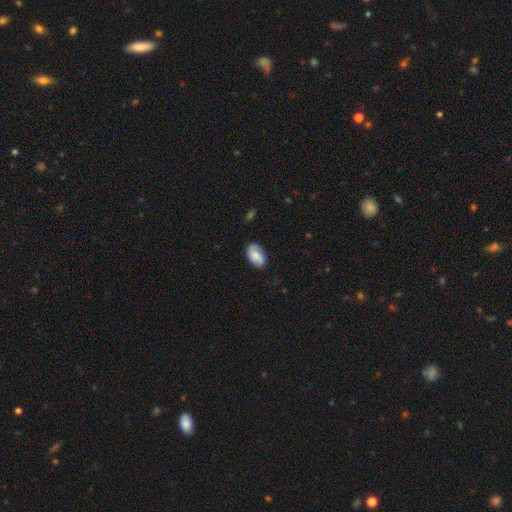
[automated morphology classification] smooth 61%, featured or disk 32%, star or artifact 7%. Down the decision tree: how rounded — in between (91%); merging — none (76%).